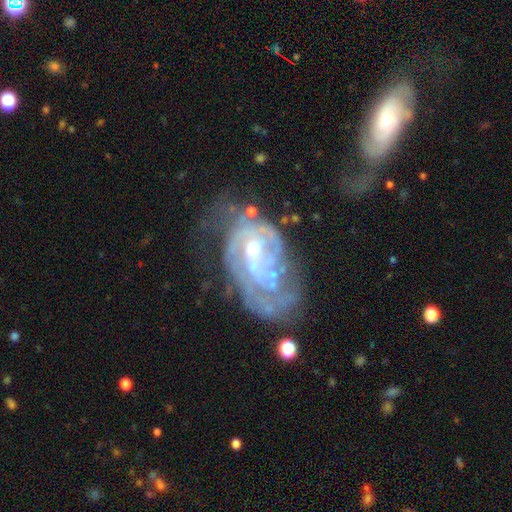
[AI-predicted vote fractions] Smooth or featured?
  - featured or disk: 85% *
  - smooth: 8%
  - star or artifact: 7%
Edge-on disk?
  - no: 97% *
  - yes: 3%
Bar?
  - no: 55% *
  - weak: 34%
  - strong: 10%
Spiral arms?
  - yes: 87% *
  - no: 13%
Spiral winding?
  - tight: 56% *
  - medium: 32%
  - loose: 12%
Spiral arm count?
  - can't tell: 40% *
  - 2: 29%
  - 3: 14%
  - 1: 7%
  - 4: 6%
  - more than 4: 4%
Bulge size?
  - moderate: 50% *
  - small: 44%
  - large: 3%
  - none: 2%
  - dominant: 1%
Merging?
  - major disturbance: 34% *
  - none: 32%
  - minor disturbance: 22%
  - merger: 12%